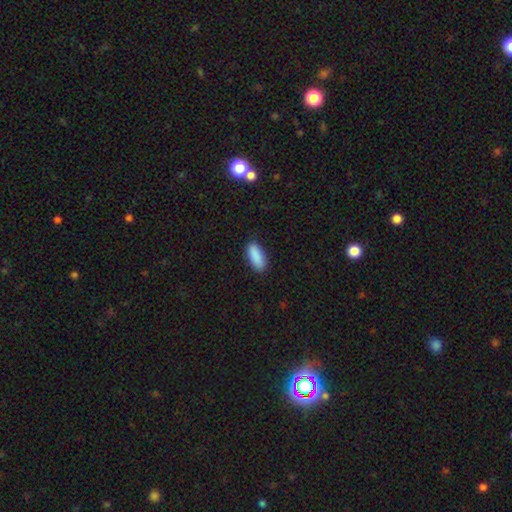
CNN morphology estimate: Smooth or featured: smooth — 90% (star or artifact — 7%)
How rounded: in between — 81% (cigar-shaped — 17%)
Merging: none — 87% (minor disturbance — 10%)